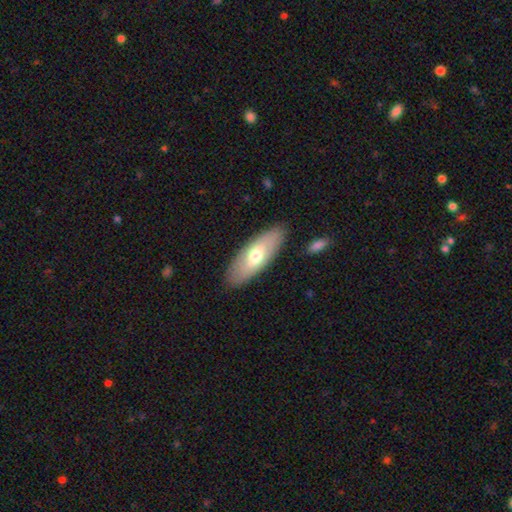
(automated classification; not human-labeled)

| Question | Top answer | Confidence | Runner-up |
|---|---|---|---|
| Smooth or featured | smooth | 60% | featured or disk (34%) |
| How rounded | in between | 74% | cigar-shaped (24%) |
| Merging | none | 86% | minor disturbance (10%) |